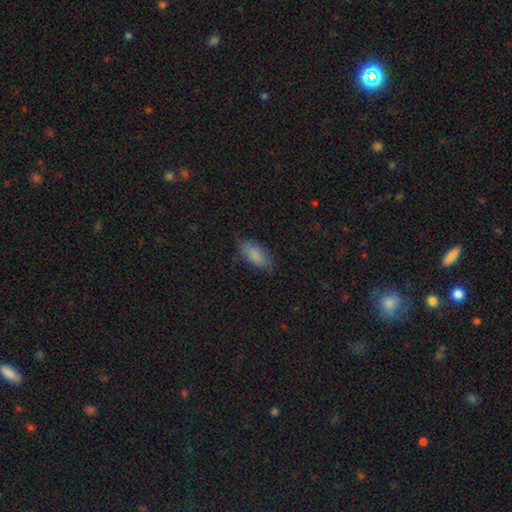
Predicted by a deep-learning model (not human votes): Smooth or featured? smooth (84%)
How rounded? in between (88%)
Merging? none (73%)